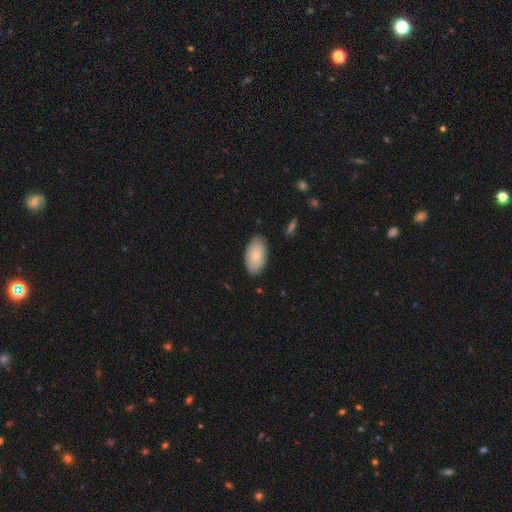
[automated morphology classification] Q: Smooth or featured?
A: smooth (81%); runner-up: featured or disk (13%)
Q: How rounded?
A: in between (95%); runner-up: round (3%)
Q: Merging?
A: none (85%); runner-up: minor disturbance (12%)